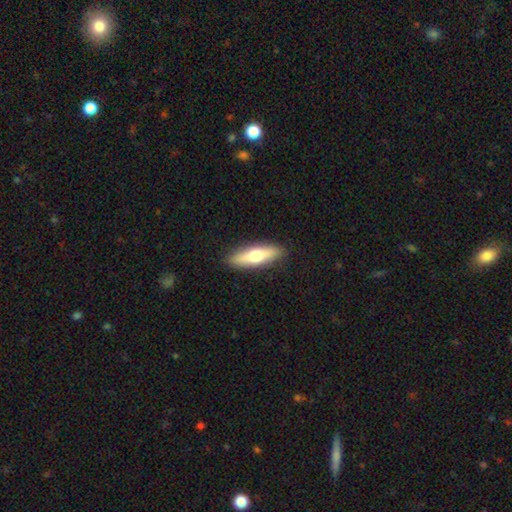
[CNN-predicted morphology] Q: Smooth or featured?
A: smooth (58%); runner-up: featured or disk (36%)
Q: How rounded?
A: cigar-shaped (58%); runner-up: in between (40%)
Q: Merging?
A: none (89%); runner-up: minor disturbance (8%)